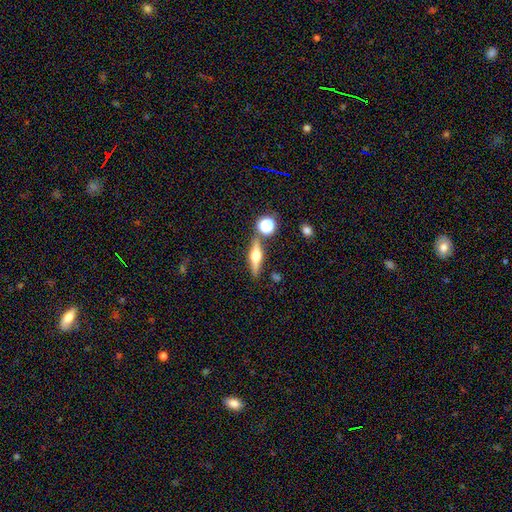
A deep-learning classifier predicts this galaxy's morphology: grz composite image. It shows a featured or disk galaxy (60%) viewed edge-on (95%) with a rounded central bulge (93%). Merging: none (81%).